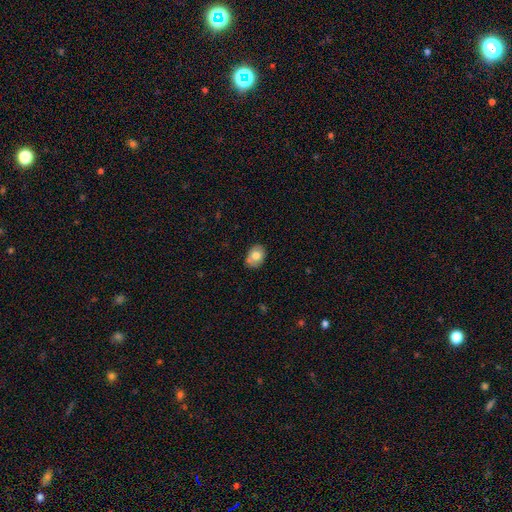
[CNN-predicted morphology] Q: Smooth or featured?
A: smooth (74%); runner-up: featured or disk (19%)
Q: How rounded?
A: in between (74%); runner-up: round (25%)
Q: Merging?
A: none (82%); runner-up: minor disturbance (15%)